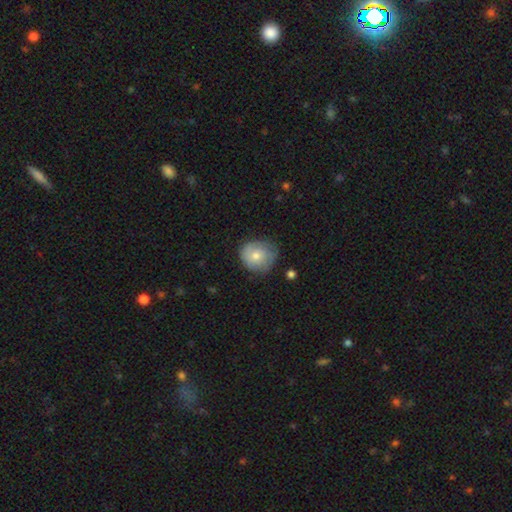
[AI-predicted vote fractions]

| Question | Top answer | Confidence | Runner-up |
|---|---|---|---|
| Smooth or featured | smooth | 68% | featured or disk (25%) |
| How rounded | round | 84% | in between (15%) |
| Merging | none | 68% | minor disturbance (25%) |